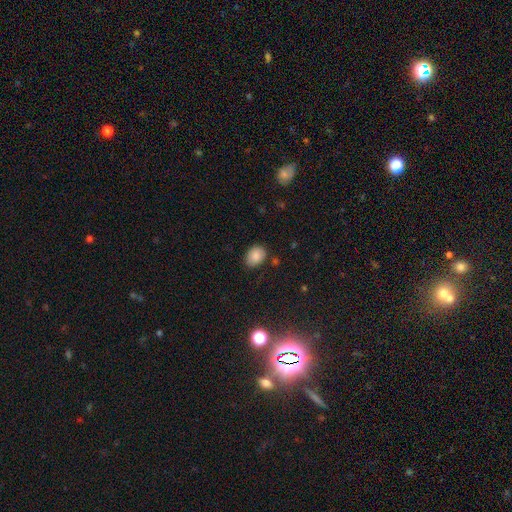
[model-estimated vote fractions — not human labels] smooth-or-featured: smooth: 85% | star or artifact: 9% | featured or disk: 6%
  how-rounded: in between: 68% | round: 31% | cigar-shaped: 1%
  merging: none: 78% | minor disturbance: 16% | major disturbance: 3% | merger: 2%